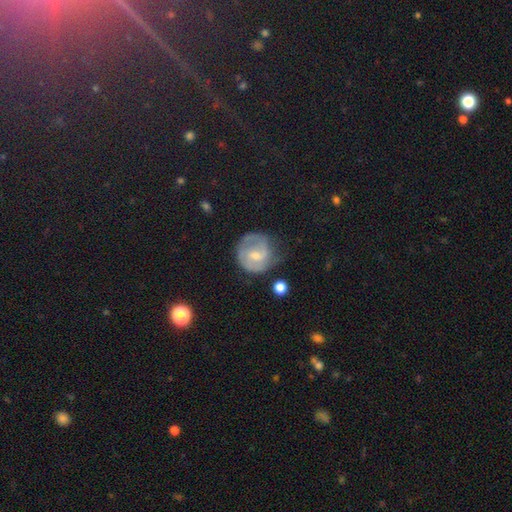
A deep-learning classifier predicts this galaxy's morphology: A featured or disk galaxy (62%) with a weak bar (52%), 2 (59%) medium (43%) spiral arms (83%) and a small central bulge (48%). Merging: none (54%).